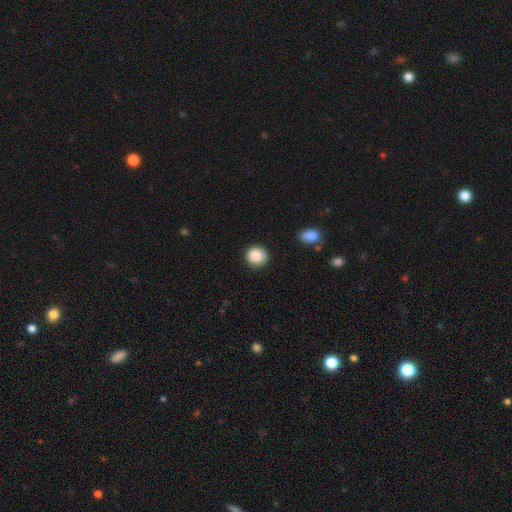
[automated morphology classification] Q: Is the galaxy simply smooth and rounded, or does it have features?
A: smooth — 88%.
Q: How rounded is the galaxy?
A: round — 89%.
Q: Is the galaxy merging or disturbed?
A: none — 89%.